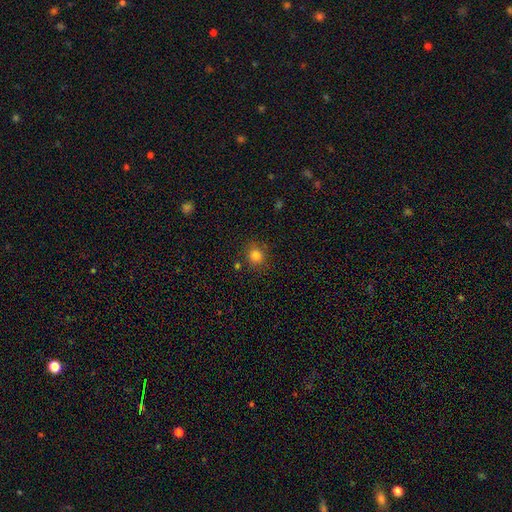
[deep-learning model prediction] This is clearly a smooth galaxy (82%). How rounded: clearly round (85%). Merging: clearly none (82%).